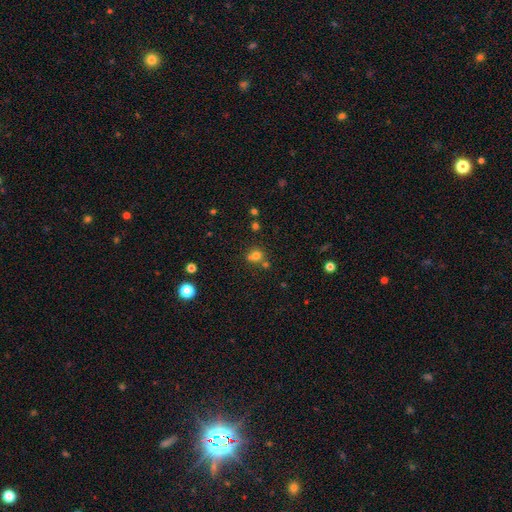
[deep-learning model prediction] smooth_or_featured: smooth (p=0.69) [alt: star or artifact p=0.20]
how_rounded: round (p=0.85) [alt: in between p=0.14]
merging: none (p=0.53) [alt: merger p=0.36]